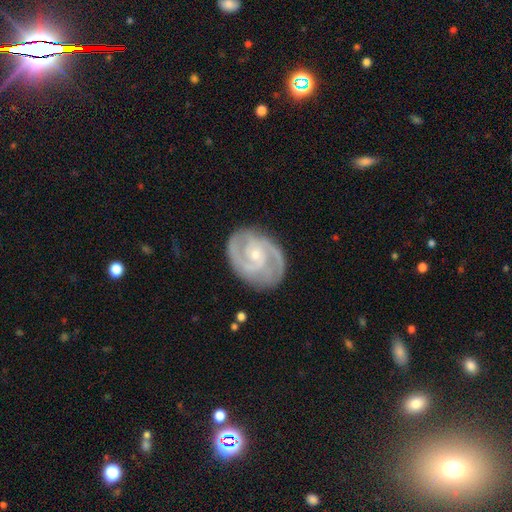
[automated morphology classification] The model was most divided on "spiral winding": medium: 48%, tight: 44%, loose: 8%. More confident: edge-on disk — no (98%); spiral arms — yes (98%); smooth or featured — featured or disk (90%); merging — none (80%); spiral arm count — 2 (72%); bulge size — small (69%); bar — no (58%).